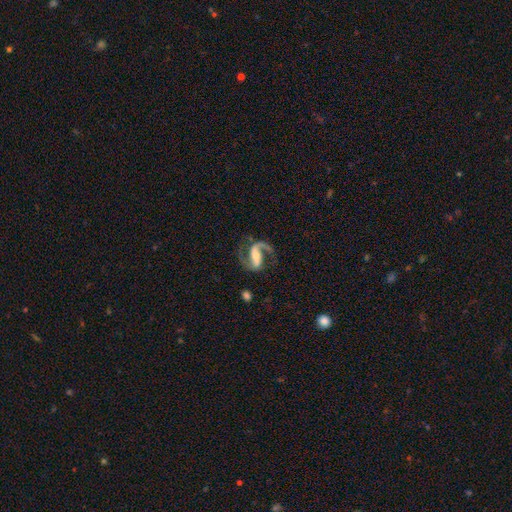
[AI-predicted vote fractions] This is clearly a featured or disk galaxy (90%). It is clearly not viewed edge-on (97%). Bar: possibly strong (53%). Spiral arm pattern: clearly yes (97%). Spiral arm count: clearly 2 (86%). Spiral winding: possibly medium (51%). Central bulge: possibly moderate (53%). Merging: likely none (72%).